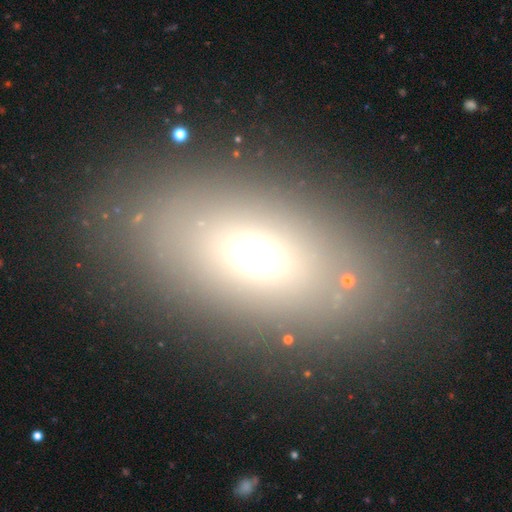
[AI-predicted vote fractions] This appears to be a smooth galaxy with no disk features (65%) that is in between round and cigar-shaped (84%). Merging: none (79%).